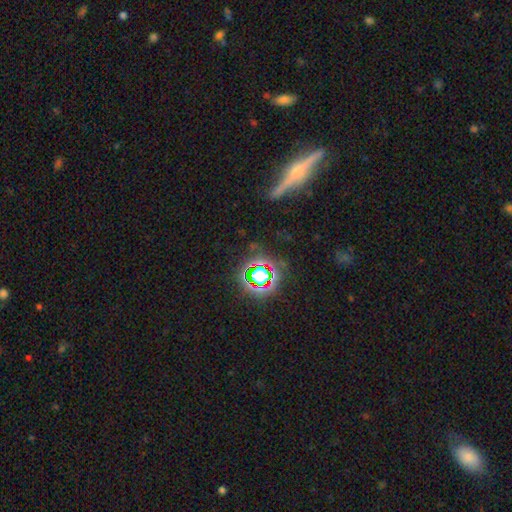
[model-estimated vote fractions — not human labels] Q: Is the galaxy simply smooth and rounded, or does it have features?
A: star or artifact — 48%.